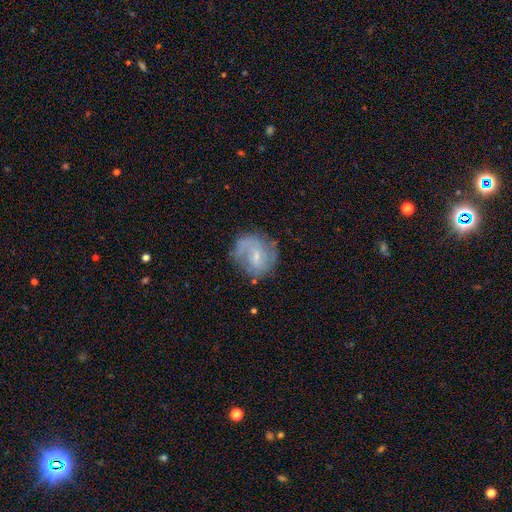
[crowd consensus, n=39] This is clearly a featured or disk galaxy (82%). It is clearly not viewed edge-on (100%). Bar: possibly no (50%). Spiral arm pattern: likely yes (78%). Spiral arm count: possibly 2 (48%, tied with can't tell). Spiral winding: marginally tight (44%). Central bulge: likely small (75%). Merging: likely none (66%).